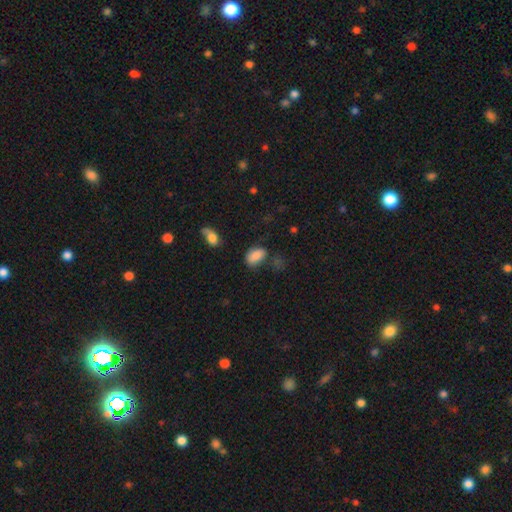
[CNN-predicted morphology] smooth_or_featured: smooth (p=0.82) [alt: star or artifact p=0.09]
how_rounded: in between (p=0.89) [alt: round p=0.10]
merging: none (p=0.52) [alt: minor disturbance p=0.29]